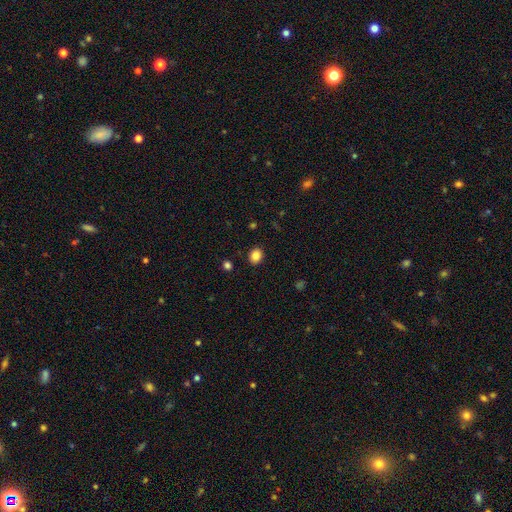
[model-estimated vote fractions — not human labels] smooth 85%, star or artifact 10%, featured or disk 5%. Down the decision tree: how rounded — round (56%); merging — none (89%).